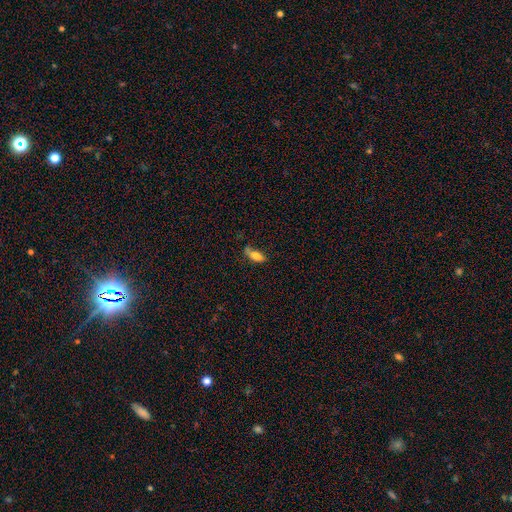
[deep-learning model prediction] Q: Smooth or featured?
A: smooth (79%); runner-up: featured or disk (12%)
Q: How rounded?
A: in between (76%); runner-up: cigar-shaped (21%)
Q: Merging?
A: none (49%); runner-up: minor disturbance (29%)